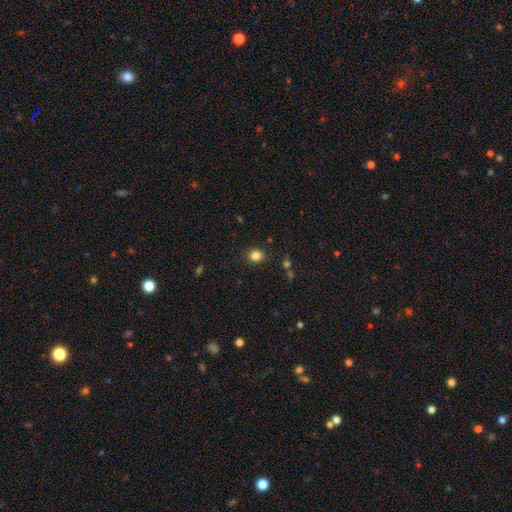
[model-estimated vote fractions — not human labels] smooth_or_featured: smooth (p=0.83) [alt: star or artifact p=0.12]
how_rounded: round (p=0.70) [alt: in between p=0.29]
merging: none (p=0.88) [alt: minor disturbance p=0.08]